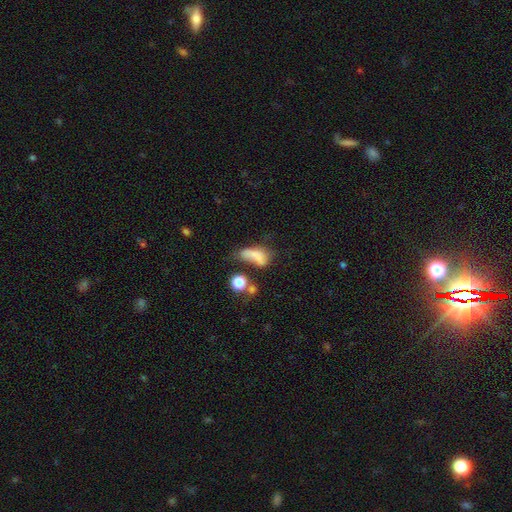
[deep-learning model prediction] The model was most divided on "merging": major disturbance: 34%, none: 23%, minor disturbance: 22%, merger: 20%. More confident: how rounded — in between (80%); smooth or featured — smooth (66%).